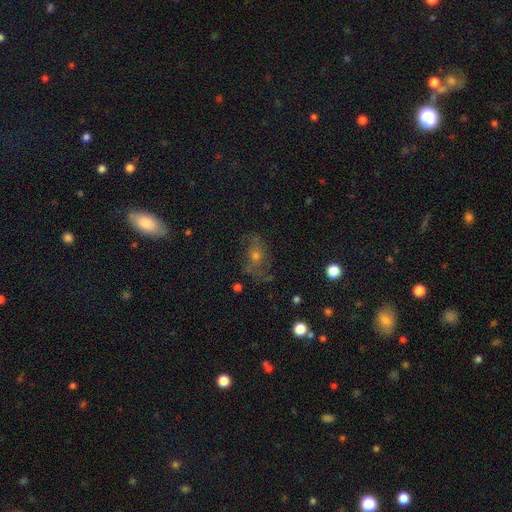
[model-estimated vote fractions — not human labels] This is possibly a featured or disk galaxy (49%). Merging: possibly none (58%).